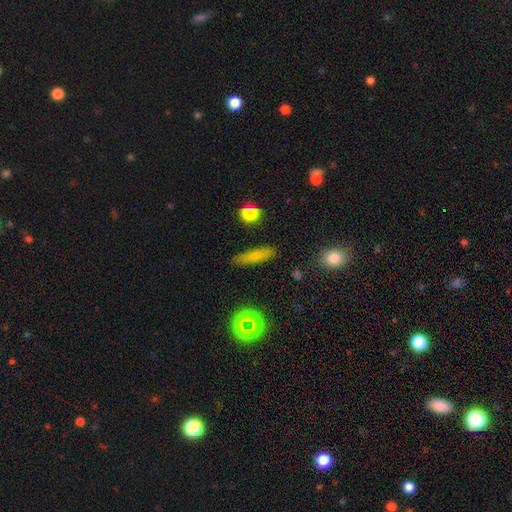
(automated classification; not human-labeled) The model was most divided on "how rounded": cigar-shaped: 68%, in between: 26%, round: 5%. More confident: merging — none (86%); smooth or featured — smooth (72%).